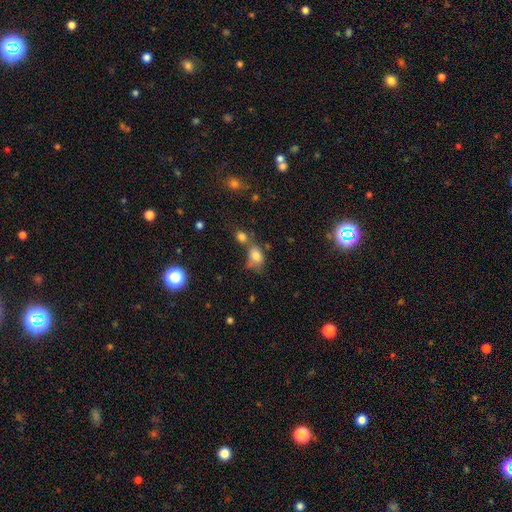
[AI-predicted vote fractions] This is likely a smooth galaxy (77%). How rounded: likely in between (77%). Merging: marginally none (38%).